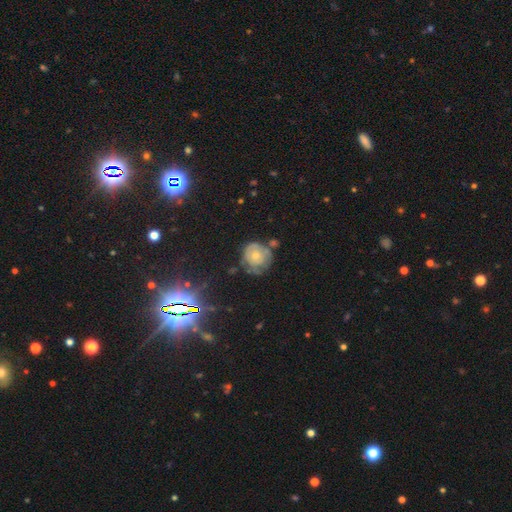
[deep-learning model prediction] A smooth galaxy with no disk features (46%).

Vote fractions:
- Smooth or featured? smooth: 46% / featured or disk: 42% / star or artifact: 12%
- Merging? none: 49% / minor disturbance: 31% / major disturbance: 11% / merger: 9%